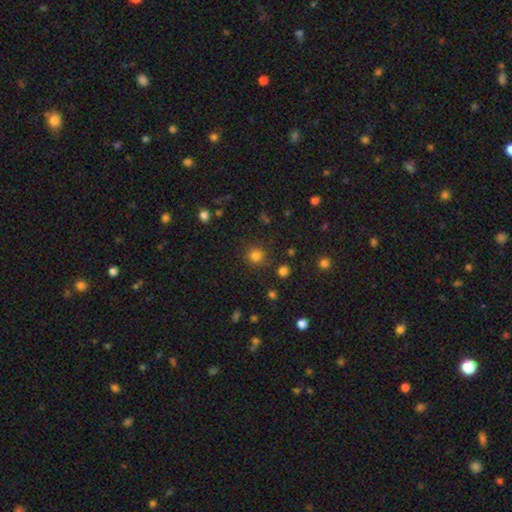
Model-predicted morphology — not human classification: Smooth or featured? Predicted: smooth (p=0.81). How rounded? Predicted: round (p=0.90). Merging? Predicted: none (p=0.84).